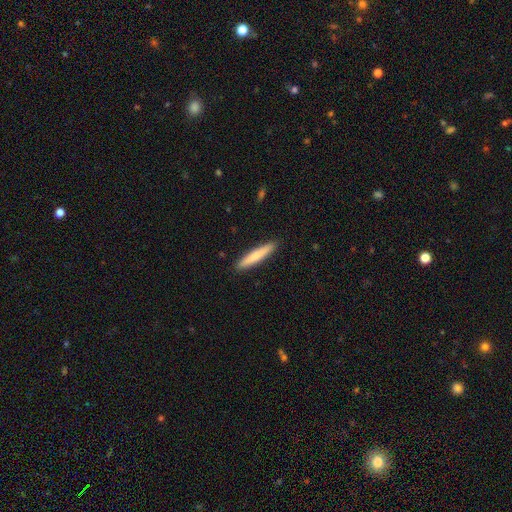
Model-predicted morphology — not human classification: Smooth or featured? smooth (76%)
How rounded? cigar-shaped (93%)
Merging? none (91%)